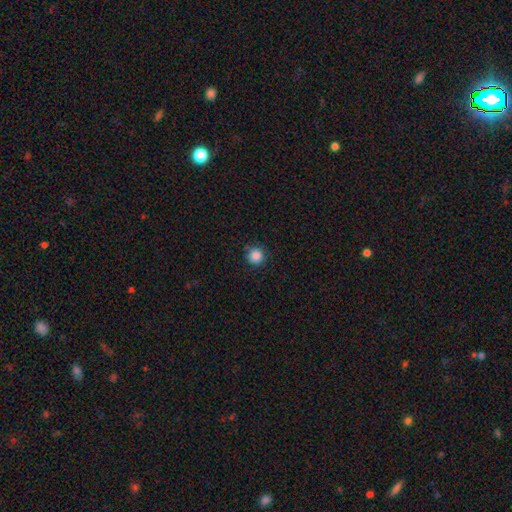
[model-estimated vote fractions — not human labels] A smooth galaxy with no disk features (86%) that is round (94%). Merging: none (83%).